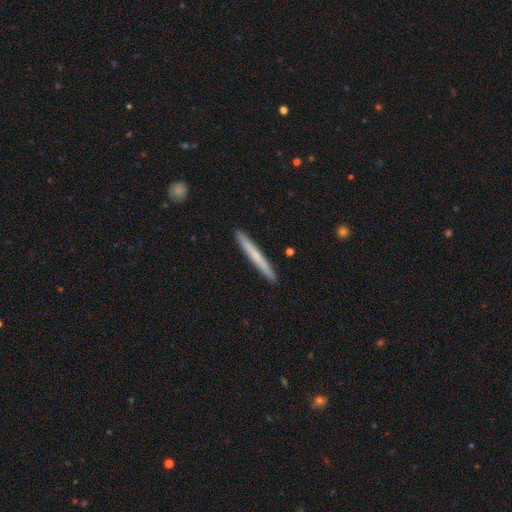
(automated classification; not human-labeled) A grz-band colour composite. It shows a smooth galaxy with no disk features (61%) that is cigar-shaped (97%). Merging: none (92%).